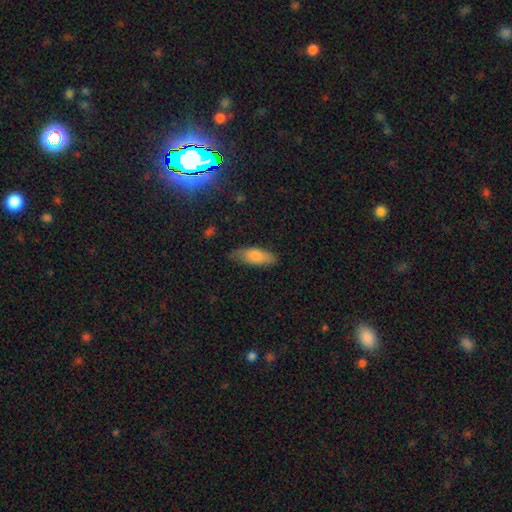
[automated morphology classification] type=smooth (77%); roundness=in between (70%); merging=none (75%).